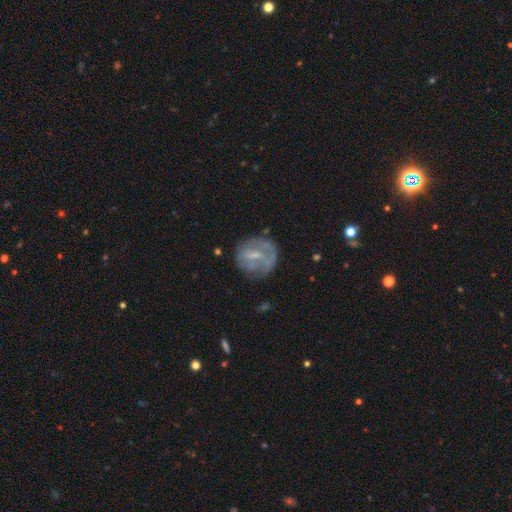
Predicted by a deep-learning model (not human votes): Smooth or featured: featured or disk — 57% (smooth — 34%)
Edge-on disk: no — 96% (yes — 4%)
Bar: weak — 48% (no — 32%)
Spiral arms: no — 54% (yes — 46%)
Bulge size: small — 47% (moderate — 27%)
Merging: none — 63% (minor disturbance — 21%)